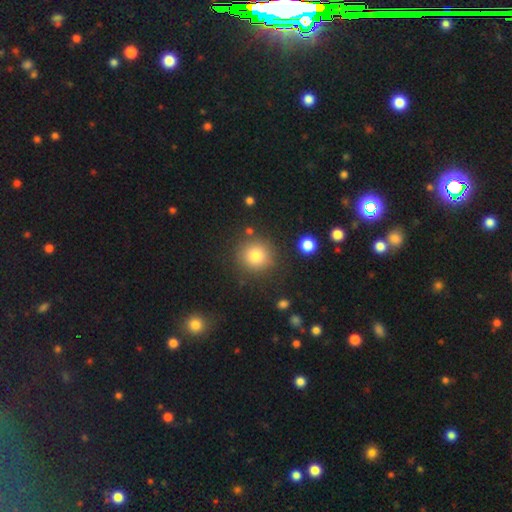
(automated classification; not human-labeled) Overall: smooth (80%). How rounded: round (92%). Merging: none (84%).